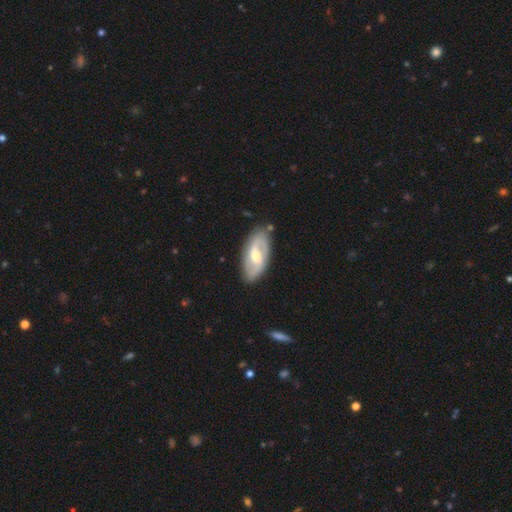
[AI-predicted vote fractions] Smooth or featured? Predicted: featured or disk (p=0.75). Edge-on disk? Predicted: no (p=0.94). Bar? Predicted: weak (p=0.52). Spiral arms? Predicted: yes (p=0.89). Spiral winding? Predicted: medium (p=0.44). Spiral arm count? Predicted: 2 (p=0.86). Bulge size? Predicted: moderate (p=0.59). Merging? Predicted: none (p=0.81).